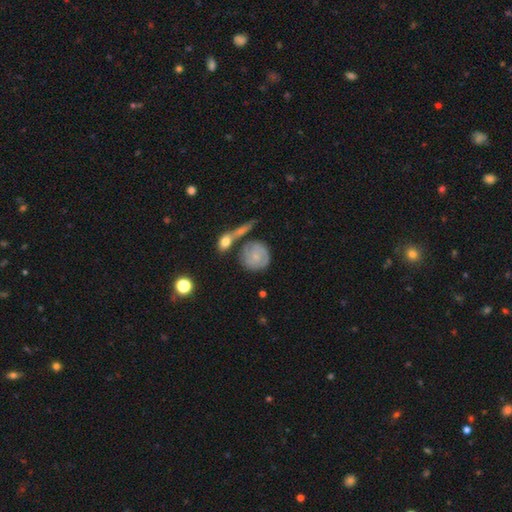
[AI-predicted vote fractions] smooth_or_featured: featured or disk (p=0.66) [alt: smooth p=0.28]
disk_edge_on: no (p=0.96) [alt: yes p=0.04]
bar: no (p=0.66) [alt: weak p=0.29]
has_spiral_arms: yes (p=0.90) [alt: no p=0.10]
spiral_winding: tight (p=0.63) [alt: medium p=0.28]
spiral_arm_count: 2 (p=0.54) [alt: can't tell p=0.21]
bulge_size: small (p=0.64) [alt: moderate p=0.20]
merging: none (p=0.58) [alt: merger p=0.18]